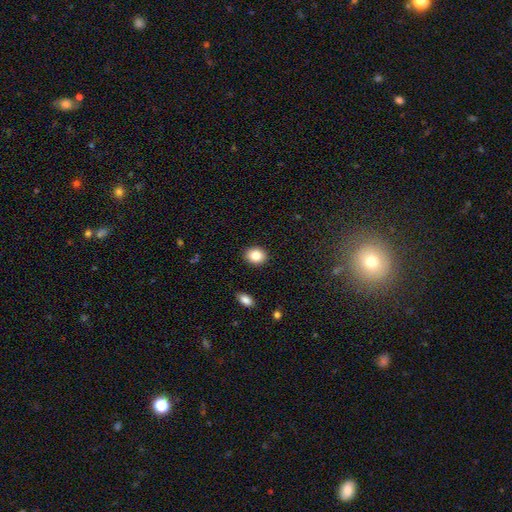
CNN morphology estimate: Smooth or featured? Predicted: smooth (p=0.85). How rounded? Predicted: round (p=0.55). Merging? Predicted: none (p=0.91).